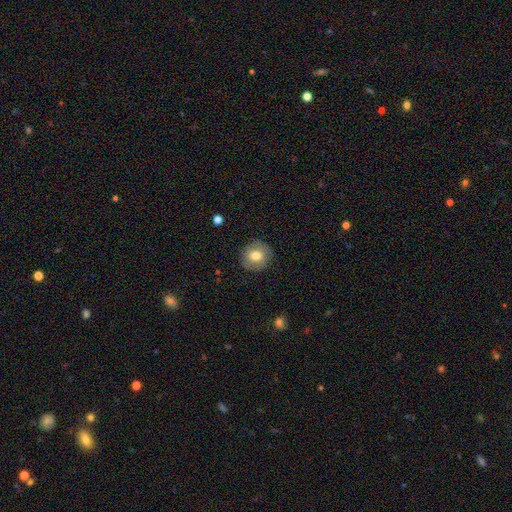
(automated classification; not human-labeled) smooth_or_featured: smooth (p=0.72) [alt: featured or disk p=0.20]
how_rounded: round (p=0.87) [alt: in between p=0.12]
merging: none (p=0.86) [alt: minor disturbance p=0.10]